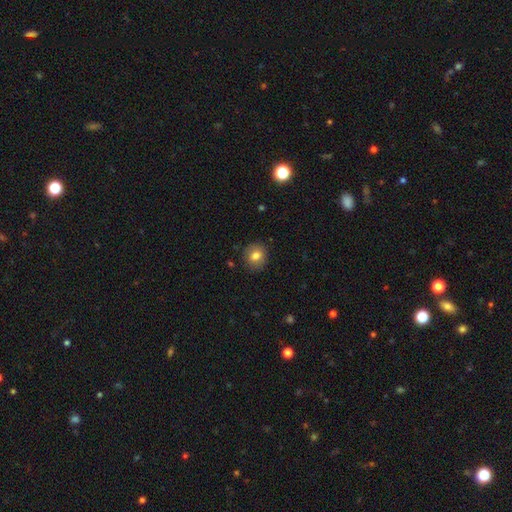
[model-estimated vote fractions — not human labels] Smooth or featured?
  - smooth: 80% *
  - star or artifact: 10%
  - featured or disk: 10%
How rounded?
  - round: 84% *
  - in between: 15%
  - cigar-shaped: 1%
Merging?
  - none: 88% *
  - minor disturbance: 9%
  - major disturbance: 2%
  - merger: 1%